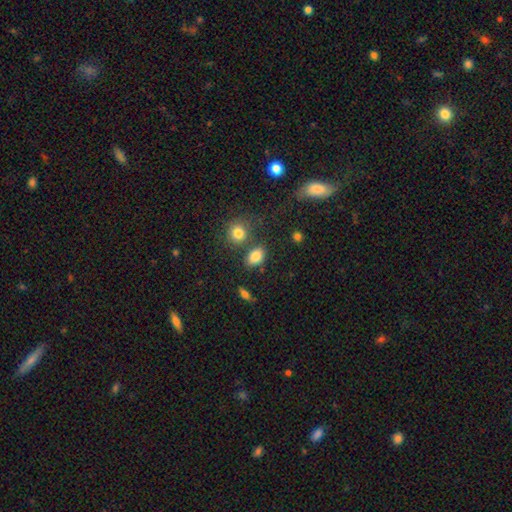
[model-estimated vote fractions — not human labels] Smooth or featured? Predicted: smooth (p=0.84). How rounded? Predicted: in between (p=0.79). Merging? Predicted: none (p=0.71).